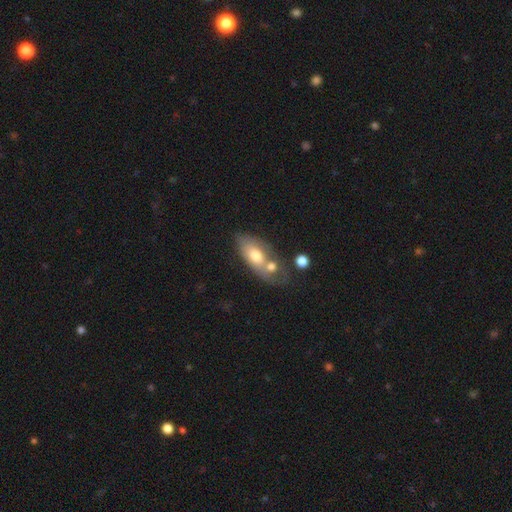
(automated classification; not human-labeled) A smooth galaxy with no disk features (62%) that is in between round and cigar-shaped (84%).

Vote fractions:
- Smooth or featured? smooth: 62% / featured or disk: 31% / star or artifact: 7%
- How rounded? in between: 84% / cigar-shaped: 10% / round: 6%
- Merging? merger: 46% / none: 31% / minor disturbance: 15% / major disturbance: 8%